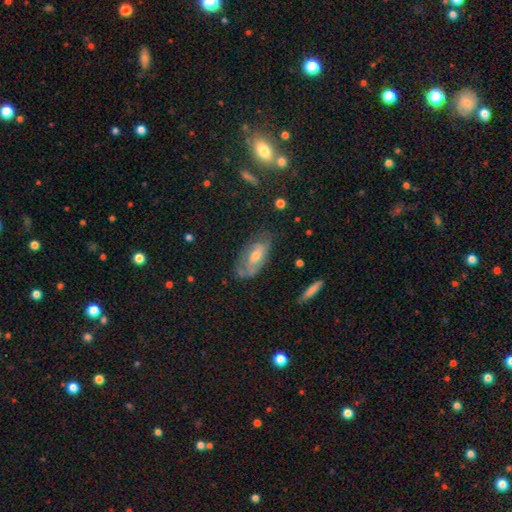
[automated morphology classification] Smooth or featured? featured or disk (60%)
Edge-on disk? no (89%)
Bar? no (59%)
Spiral arms? yes (72%)
Bulge size? moderate (58%)
Merging? none (61%)